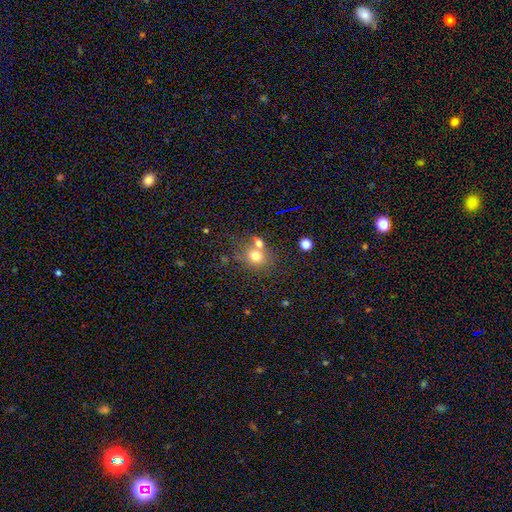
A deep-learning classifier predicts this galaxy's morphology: A smooth galaxy with no disk features (72%) that is round (70%).

Vote fractions:
- Smooth or featured? smooth: 72% / star or artifact: 14% / featured or disk: 14%
- How rounded? round: 70% / in between: 29% / cigar-shaped: 1%
- Merging? none: 47% / merger: 37% / minor disturbance: 11% / major disturbance: 5%